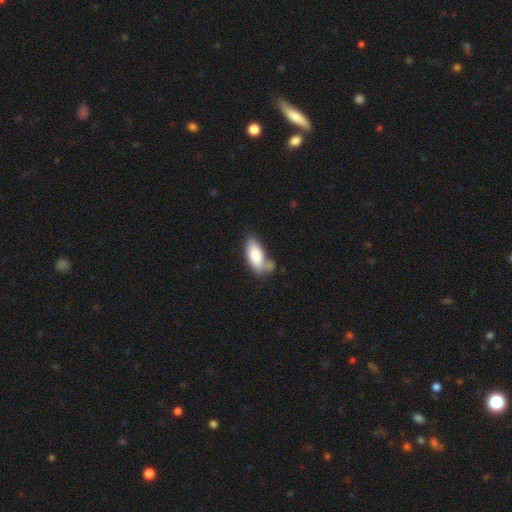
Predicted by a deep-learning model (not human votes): Smooth or featured? Predicted: smooth (p=0.82). How rounded? Predicted: in between (p=0.87). Merging? Predicted: none (p=0.46).